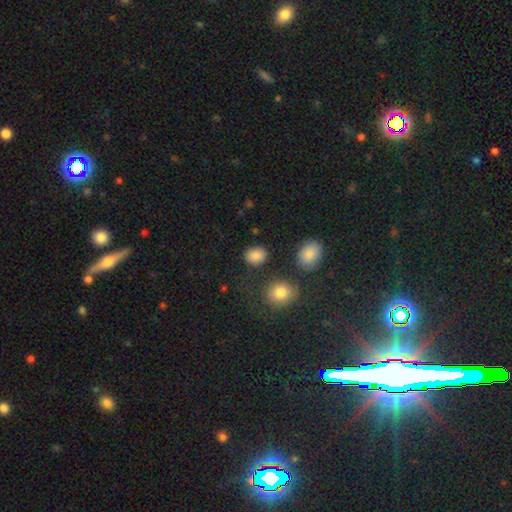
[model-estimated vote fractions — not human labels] A smooth galaxy with no disk features (86%) that is round (52%). Merging: none (83%).